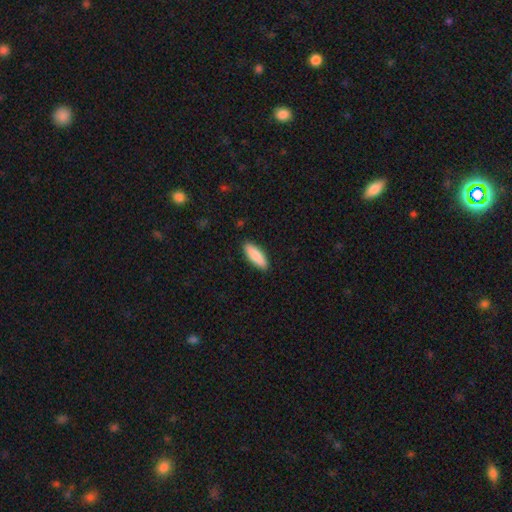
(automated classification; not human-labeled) Smooth or featured?
  - smooth: 86% *
  - featured or disk: 8%
  - star or artifact: 5%
How rounded?
  - in between: 54% *
  - cigar-shaped: 44%
  - round: 2%
Merging?
  - none: 90% *
  - minor disturbance: 8%
  - major disturbance: 2%
  - merger: 1%